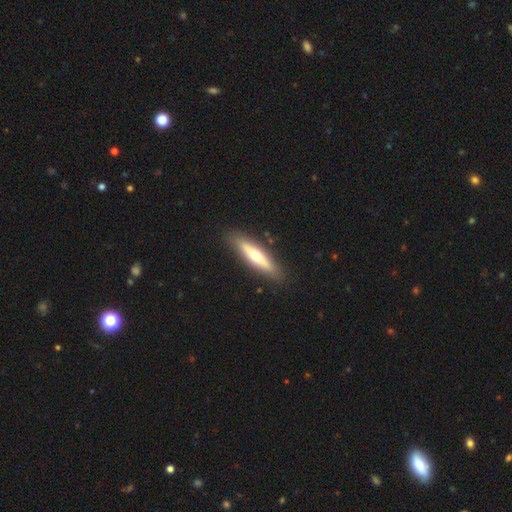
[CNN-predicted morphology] This appears to be a featured or disk galaxy (49%). Merging: none (88%).